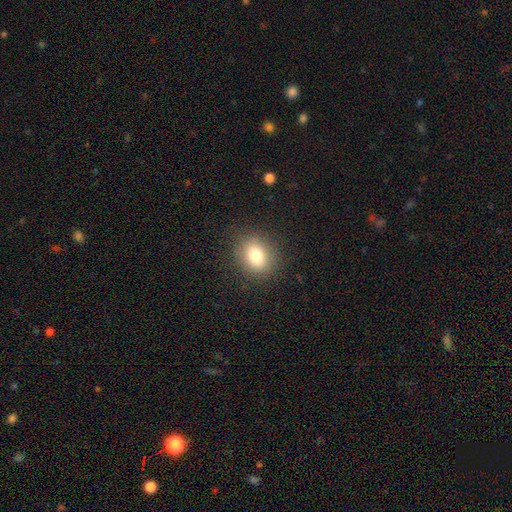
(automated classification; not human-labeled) A smooth galaxy with no disk features (79%) that is round (54%). Merging: none (86%).